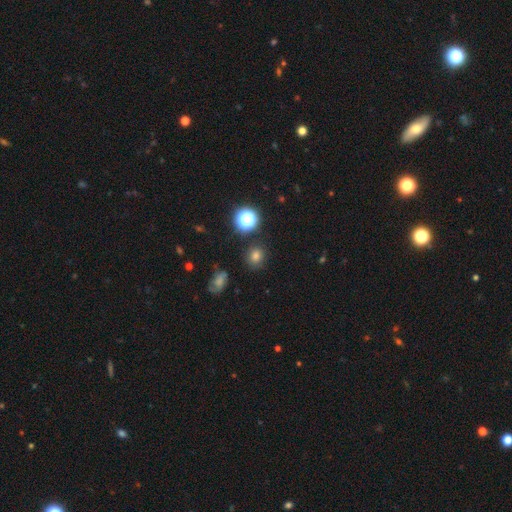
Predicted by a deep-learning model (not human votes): Smooth or featured? smooth (72%)
How rounded? round (81%)
Merging? none (84%)